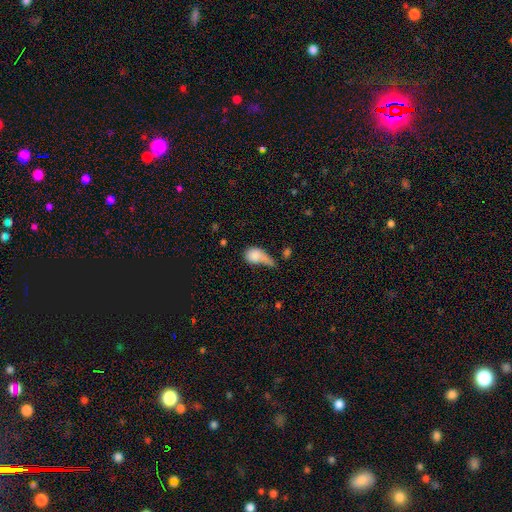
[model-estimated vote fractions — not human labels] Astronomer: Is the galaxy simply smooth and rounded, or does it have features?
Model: smooth — 75%.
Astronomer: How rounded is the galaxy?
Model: in between — 63%.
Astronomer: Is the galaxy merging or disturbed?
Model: major disturbance — 41% (runner-up: minor disturbance, 23%).